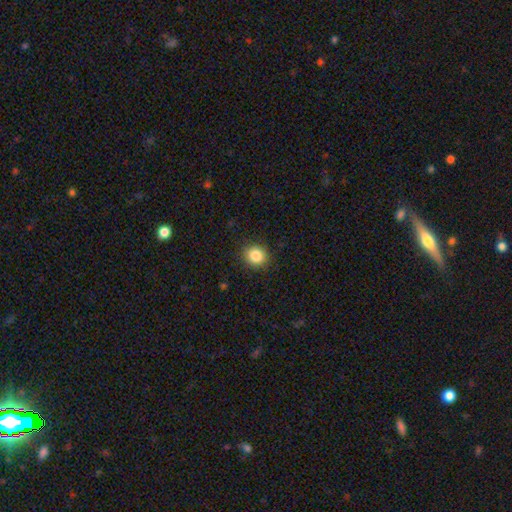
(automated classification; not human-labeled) Smooth or featured? Predicted: smooth (p=0.85). How rounded? Predicted: round (p=0.84). Merging? Predicted: none (p=0.90).